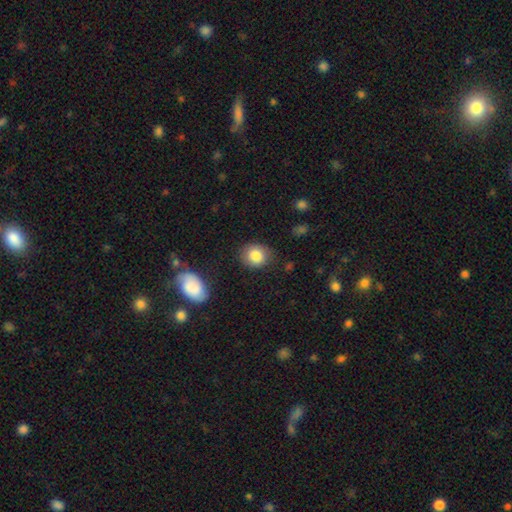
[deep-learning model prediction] Q: Smooth or featured?
A: smooth (83%); runner-up: featured or disk (9%)
Q: How rounded?
A: round (69%); runner-up: in between (30%)
Q: Merging?
A: none (79%); runner-up: minor disturbance (15%)